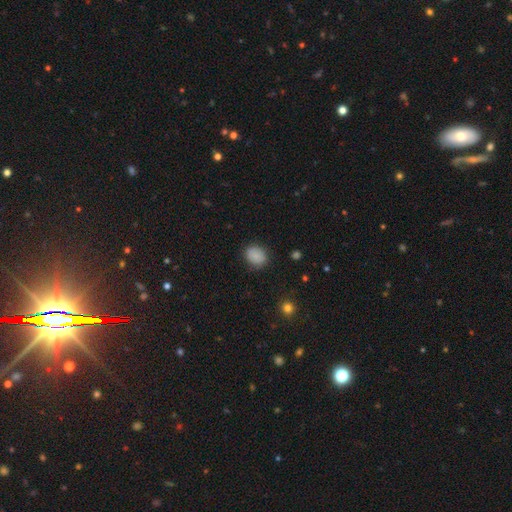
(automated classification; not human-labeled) smooth_or_featured: smooth (p=0.86) [alt: star or artifact p=0.09]
how_rounded: round (p=0.61) [alt: in between p=0.38]
merging: none (p=0.84) [alt: minor disturbance p=0.12]